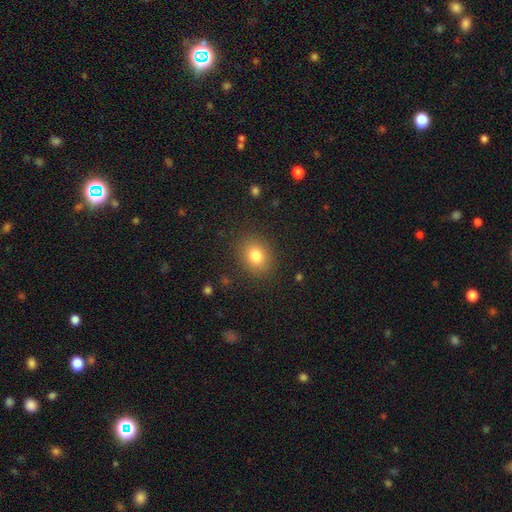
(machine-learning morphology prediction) This is clearly a smooth galaxy (81%). How rounded: possibly round (53%). Merging: clearly none (86%).